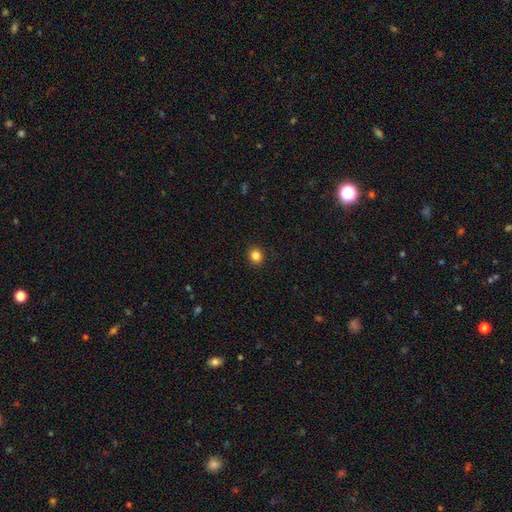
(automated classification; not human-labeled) Smooth or featured: smooth — 84% (star or artifact — 12%)
How rounded: round — 86% (in between — 13%)
Merging: none — 92% (minor disturbance — 6%)